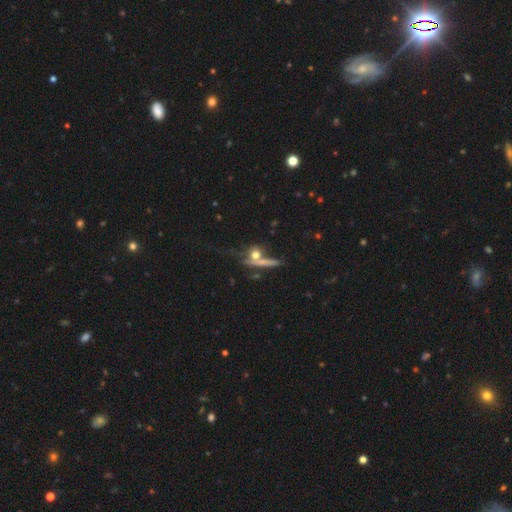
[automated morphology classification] Smooth or featured? Predicted: smooth (p=0.50). How rounded? Predicted: round (p=0.52). Merging? Predicted: none (p=0.43).